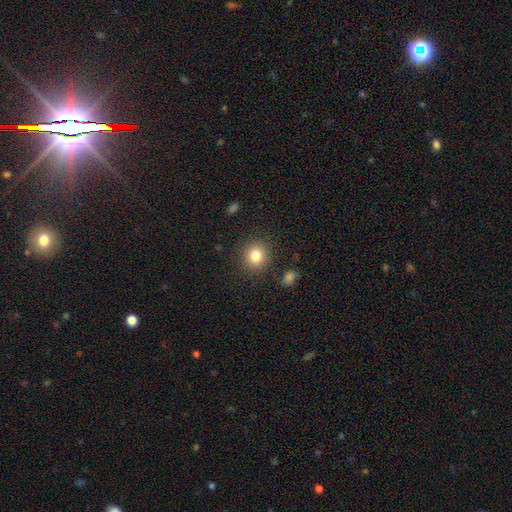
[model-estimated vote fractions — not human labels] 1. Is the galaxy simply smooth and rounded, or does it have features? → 82% smooth, 11% star or artifact, 7% featured or disk.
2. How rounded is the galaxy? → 84% round, 15% in between, 1% cigar-shaped.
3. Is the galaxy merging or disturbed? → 88% none, 7% minor disturbance, 3% major disturbance, 2% merger.